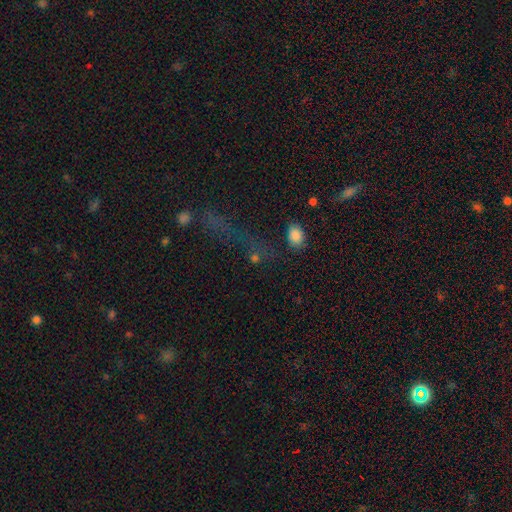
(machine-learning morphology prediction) Q: Smooth or featured?
A: smooth (51%); runner-up: star or artifact (35%)
Q: How rounded?
A: round (43%); runner-up: in between (40%)
Q: Merging?
A: none (55%); runner-up: major disturbance (19%)